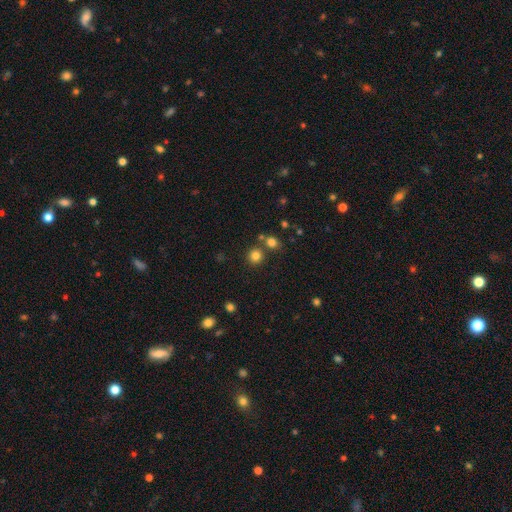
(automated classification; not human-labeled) This is clearly a smooth galaxy (80%). How rounded: clearly round (92%). Merging: likely none (77%).